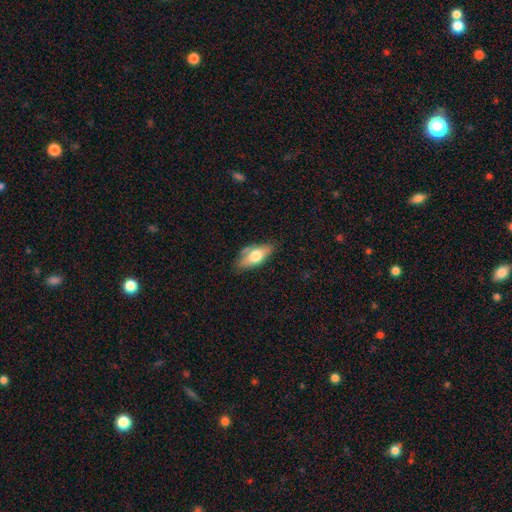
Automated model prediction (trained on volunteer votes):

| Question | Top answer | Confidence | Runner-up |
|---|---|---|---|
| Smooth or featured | smooth | 64% | featured or disk (29%) |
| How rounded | in between | 79% | cigar-shaped (17%) |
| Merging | none | 66% | minor disturbance (23%) |